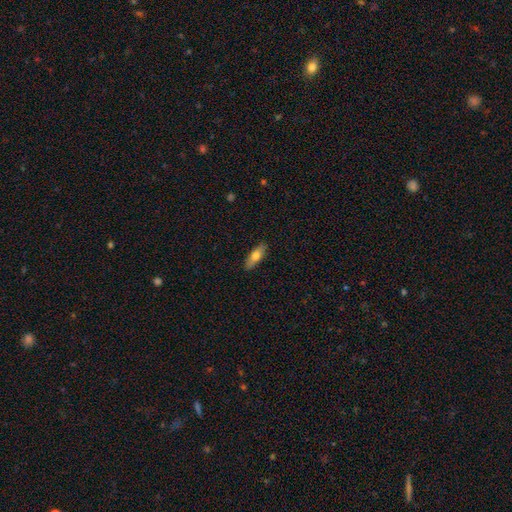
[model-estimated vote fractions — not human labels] Smooth or featured? Predicted: smooth (p=0.66). How rounded? Predicted: in between (p=0.62). Merging? Predicted: none (p=0.88).